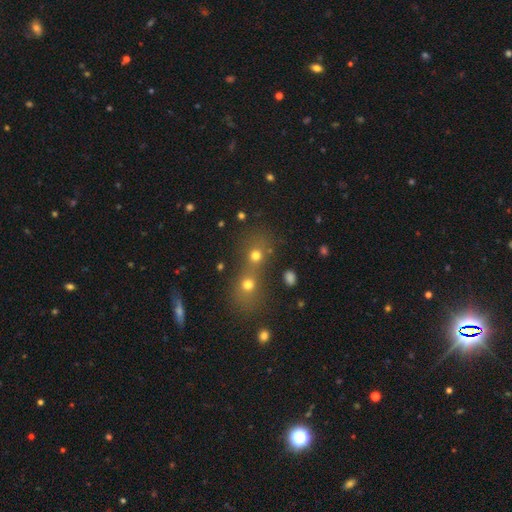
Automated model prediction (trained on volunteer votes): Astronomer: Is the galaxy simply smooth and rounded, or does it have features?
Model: smooth — 68%.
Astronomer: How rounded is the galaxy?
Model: round — 77%.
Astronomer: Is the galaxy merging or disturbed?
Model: merger — 57% (runner-up: none, 32%).